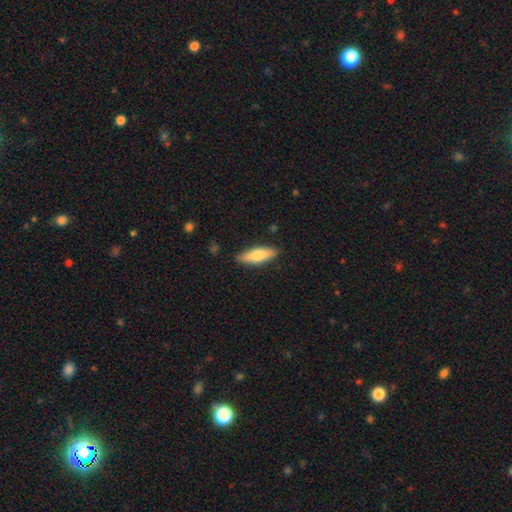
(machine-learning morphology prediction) This appears to be a smooth galaxy with no disk features (70%) that is cigar-shaped (52%). Merging: none (88%).